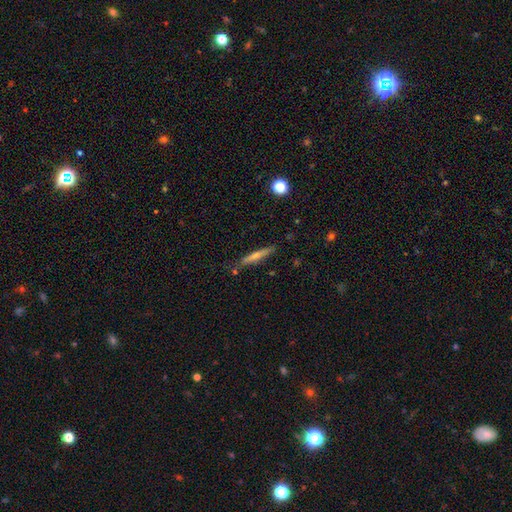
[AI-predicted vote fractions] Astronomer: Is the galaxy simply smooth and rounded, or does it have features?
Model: featured or disk — 60%.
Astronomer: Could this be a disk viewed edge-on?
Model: yes — 96%.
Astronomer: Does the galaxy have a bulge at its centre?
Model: rounded — 74%.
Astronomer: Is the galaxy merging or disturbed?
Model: none — 85%.